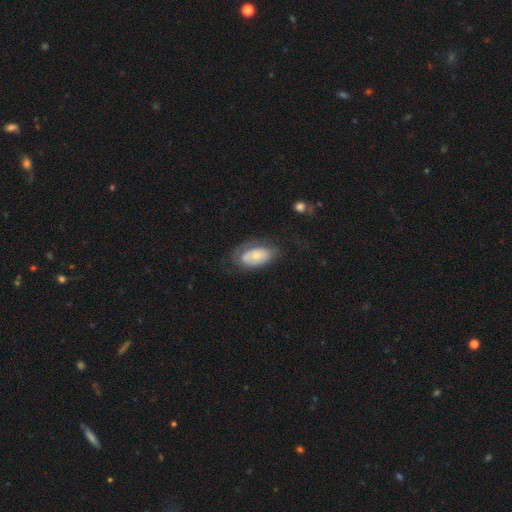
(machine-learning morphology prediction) This is possibly a smooth galaxy (56%). How rounded: clearly in between (92%). Merging: possibly none (57%).